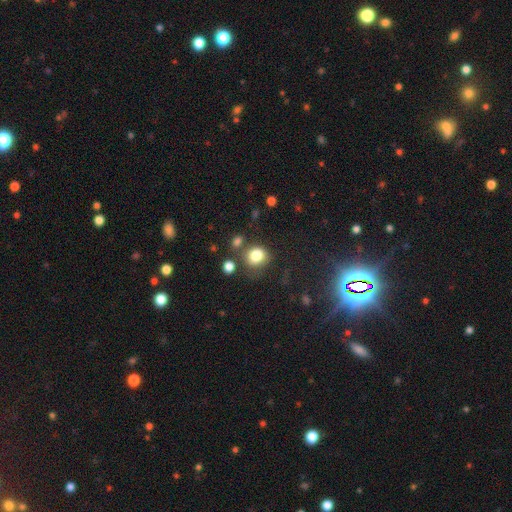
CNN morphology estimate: type=smooth (82%); roundness=round (69%); merging=none (61%).